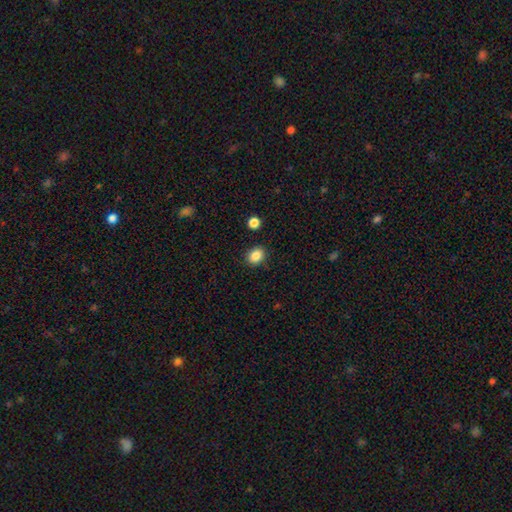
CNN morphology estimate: The model was most divided on "how rounded": round: 53%, in between: 46%, cigar-shaped: 1%. More confident: merging — none (88%); smooth or featured — smooth (86%).